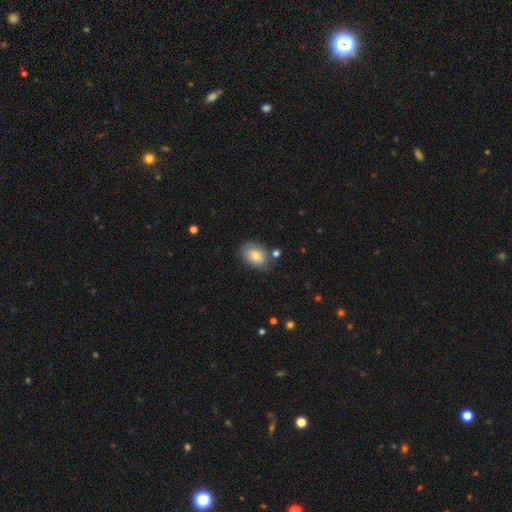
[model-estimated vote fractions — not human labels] Smooth or featured? Predicted: smooth (p=0.71). How rounded? Predicted: in between (p=0.77). Merging? Predicted: none (p=0.68).